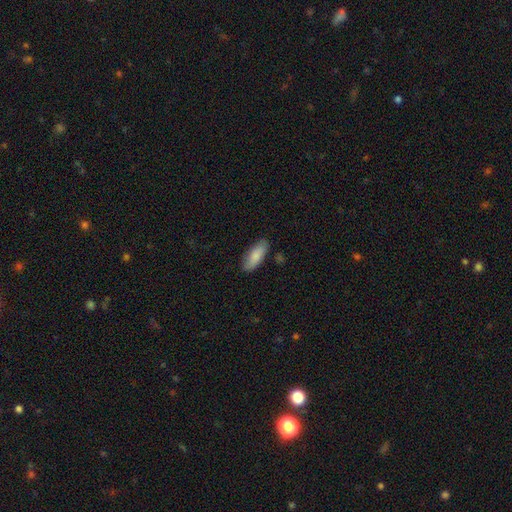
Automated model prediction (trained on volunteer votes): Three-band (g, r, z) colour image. It shows a smooth galaxy with no disk features (84%) that is in between round and cigar-shaped (74%). Merging: none (83%).